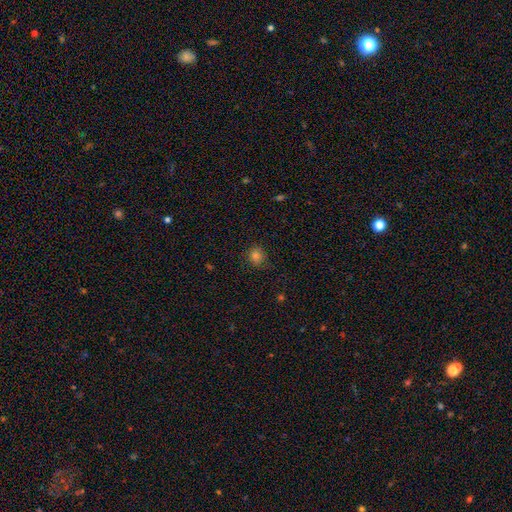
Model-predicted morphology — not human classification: A smooth galaxy with no disk features (79%) that is round (77%). Merging: none (80%).